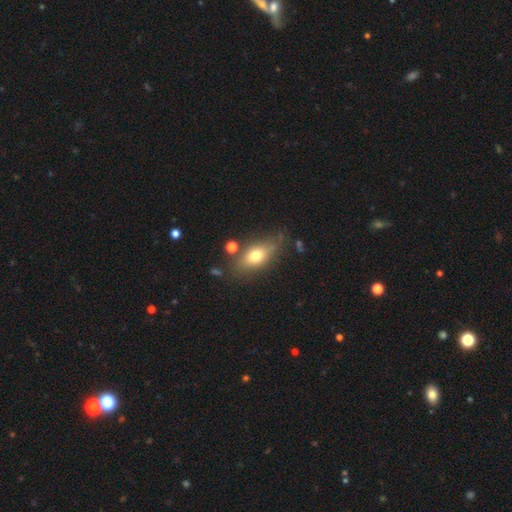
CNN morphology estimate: Q: Smooth or featured?
A: smooth (70%); runner-up: featured or disk (22%)
Q: How rounded?
A: in between (80%); runner-up: cigar-shaped (11%)
Q: Merging?
A: none (70%); runner-up: minor disturbance (18%)